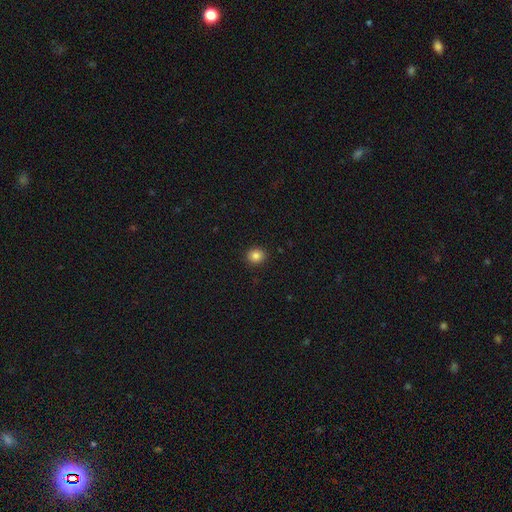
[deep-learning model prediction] smooth_or_featured: smooth (p=0.84) [alt: star or artifact p=0.11]
how_rounded: round (p=0.83) [alt: in between p=0.17]
merging: none (p=0.91) [alt: minor disturbance p=0.06]